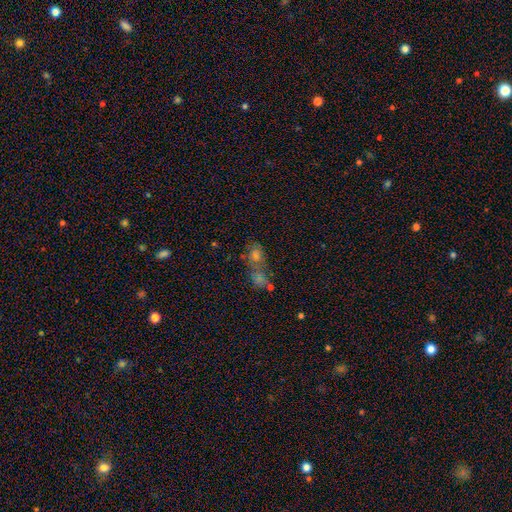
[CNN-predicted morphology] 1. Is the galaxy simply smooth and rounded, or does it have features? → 48% smooth, 31% star or artifact, 20% featured or disk.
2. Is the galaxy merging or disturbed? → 48% merger, 36% none, 9% minor disturbance, 7% major disturbance.